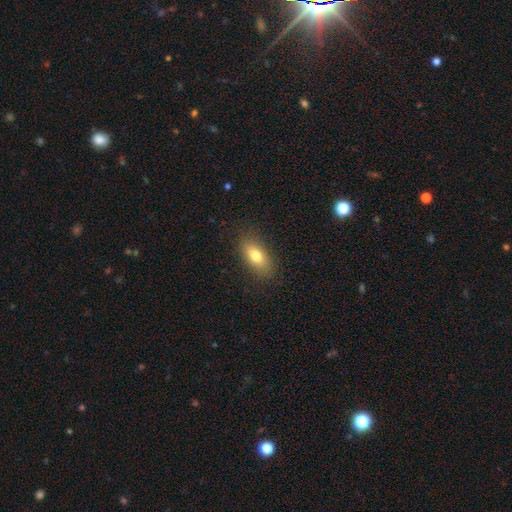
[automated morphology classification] This is likely a smooth galaxy (76%). How rounded: clearly in between (85%). Merging: clearly none (86%).